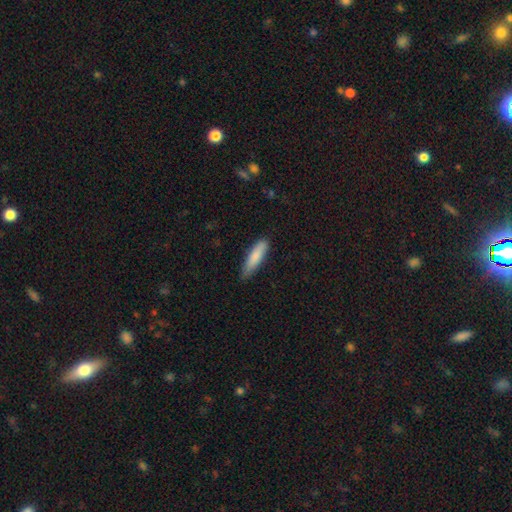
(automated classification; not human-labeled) smooth_or_featured: smooth (p=0.83) [alt: featured or disk p=0.11]
how_rounded: cigar-shaped (p=0.70) [alt: in between p=0.29]
merging: none (p=0.71) [alt: minor disturbance p=0.24]